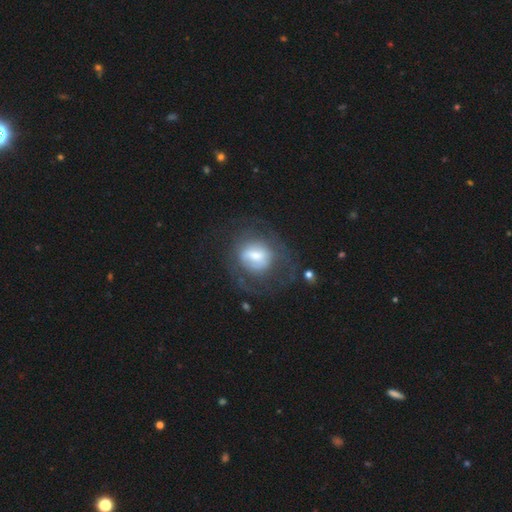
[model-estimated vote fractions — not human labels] A featured or disk galaxy (53%) with a weak bar (45%), spiral arms (62%) and a moderate central bulge (40%). Merging: none (48%).